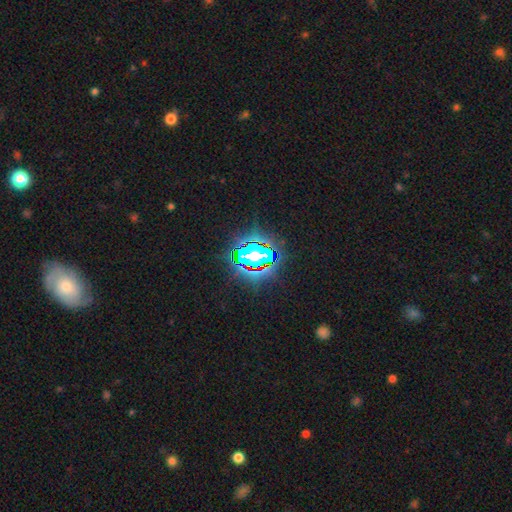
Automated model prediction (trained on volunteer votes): Smooth or featured? Predicted: star or artifact (p=0.72).